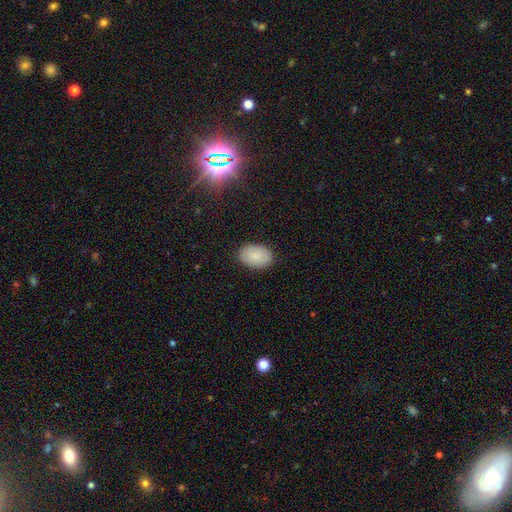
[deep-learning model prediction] A smooth galaxy with no disk features (86%) that is in between round and cigar-shaped (84%).

Vote fractions:
- Smooth or featured? smooth: 86% / featured or disk: 7% / star or artifact: 7%
- How rounded? in between: 84% / round: 15% / cigar-shaped: 1%
- Merging? none: 87% / minor disturbance: 10% / major disturbance: 2% / merger: 1%